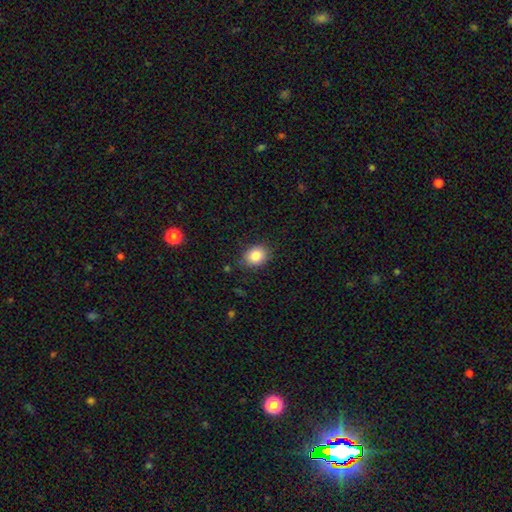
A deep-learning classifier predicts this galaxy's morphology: Q: Smooth or featured?
A: smooth (84%); runner-up: star or artifact (9%)
Q: How rounded?
A: round (51%); runner-up: in between (48%)
Q: Merging?
A: none (86%); runner-up: minor disturbance (11%)